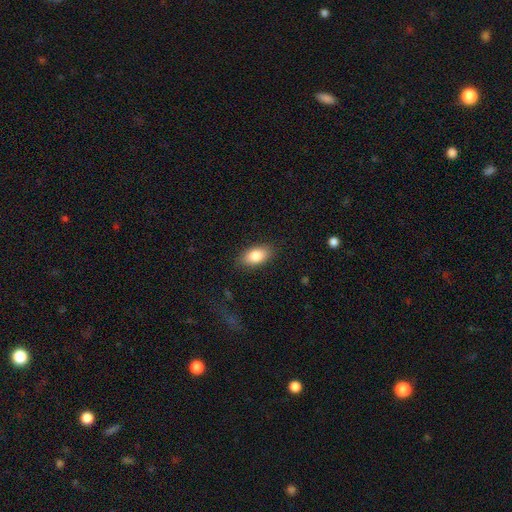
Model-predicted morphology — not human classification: A smooth galaxy with no disk features (83%) that is in between round and cigar-shaped (91%).

Vote fractions:
- Smooth or featured? smooth: 83% / featured or disk: 10% / star or artifact: 7%
- How rounded? in between: 91% / round: 5% / cigar-shaped: 3%
- Merging? none: 86% / minor disturbance: 10% / major disturbance: 3% / merger: 1%